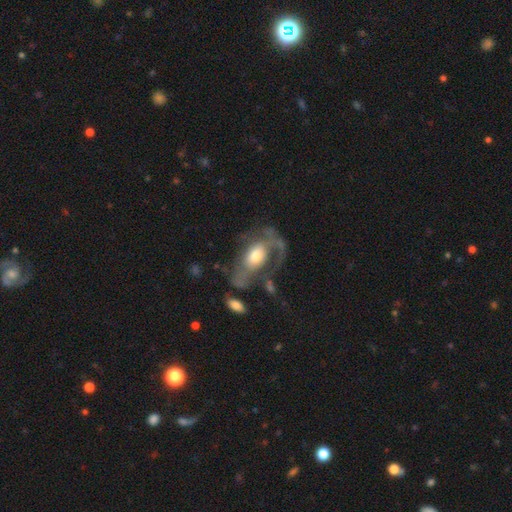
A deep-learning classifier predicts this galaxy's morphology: The model was most divided on "spiral arms": yes: 59%, no: 41%. Remaining: edge-on disk — no (94%); bar — no (69%); smooth or featured — featured or disk (61%); bulge size — moderate (57%); merging — major disturbance (48%).